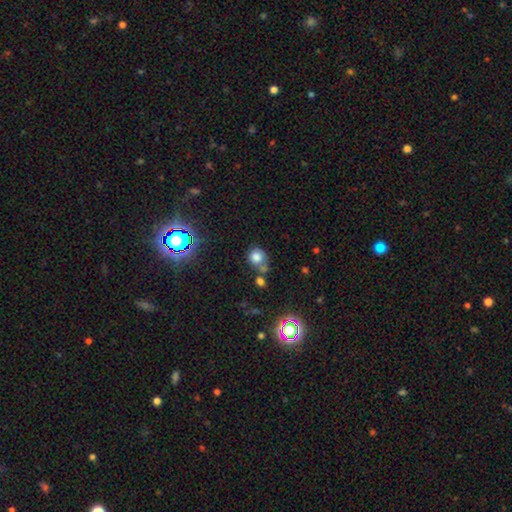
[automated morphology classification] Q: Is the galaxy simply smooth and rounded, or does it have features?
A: smooth — 76%.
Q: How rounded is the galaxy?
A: round — 81%.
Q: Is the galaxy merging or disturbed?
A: none — 51%.